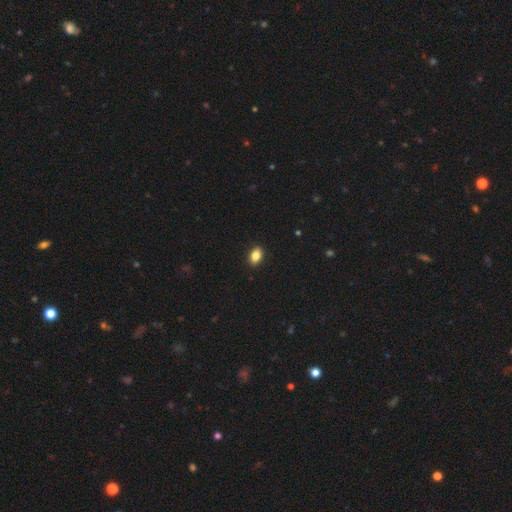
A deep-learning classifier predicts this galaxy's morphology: Smooth or featured? smooth (85%)
How rounded? in between (84%)
Merging? none (90%)